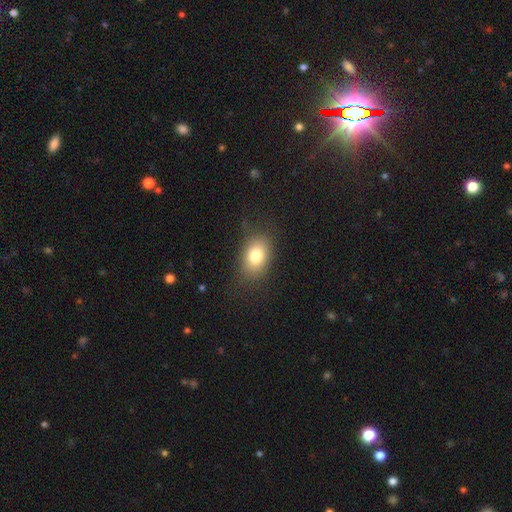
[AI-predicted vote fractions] The model was most divided on "how rounded": in between: 77%, round: 21%, cigar-shaped: 1%. More confident: merging — none (80%); smooth or featured — smooth (78%).